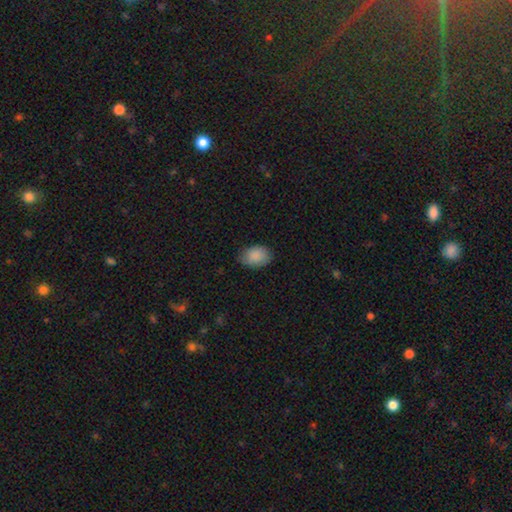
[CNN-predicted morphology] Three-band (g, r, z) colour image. It shows a smooth galaxy with no disk features (88%) that is in between round and cigar-shaped (79%). Merging: none (79%).